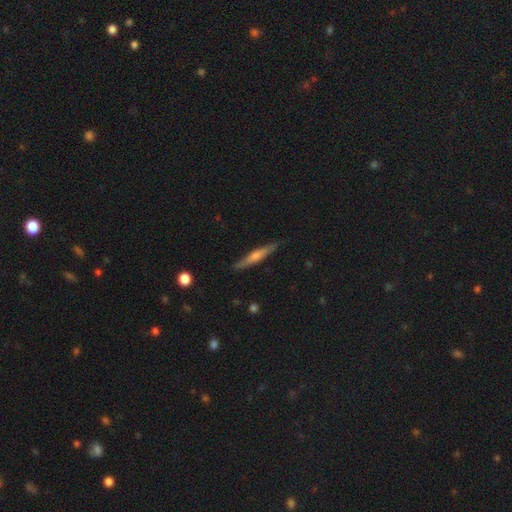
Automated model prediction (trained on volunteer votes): A featured or disk galaxy (60%) viewed edge-on (95%) with a rounded central bulge (70%). Merging: none (88%).